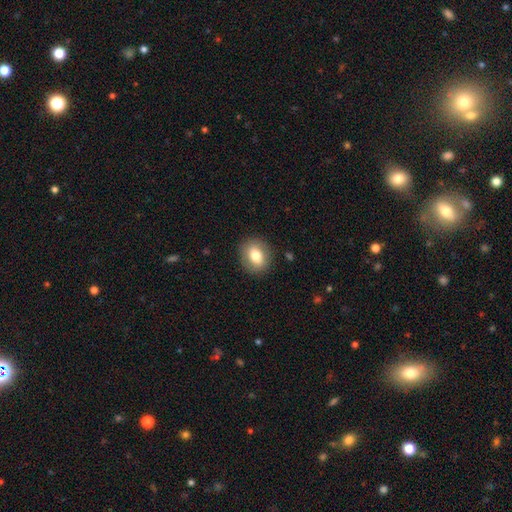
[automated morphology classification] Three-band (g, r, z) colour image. It shows a smooth galaxy with no disk features (74%) that is round (55%). Merging: none (87%).